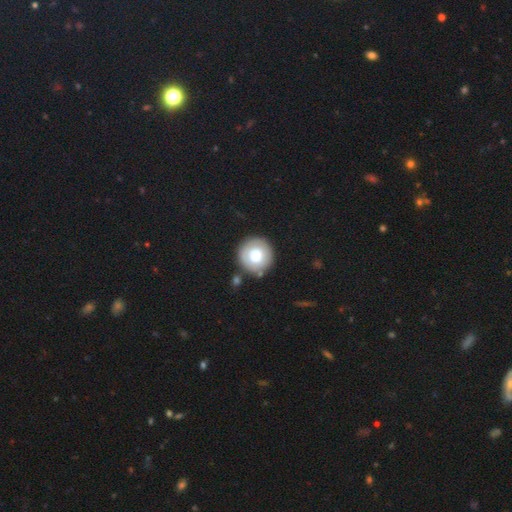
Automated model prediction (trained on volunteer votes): smooth 69%, featured or disk 23%, star or artifact 8%. Down the decision tree: how rounded — round (93%); merging — none (83%).